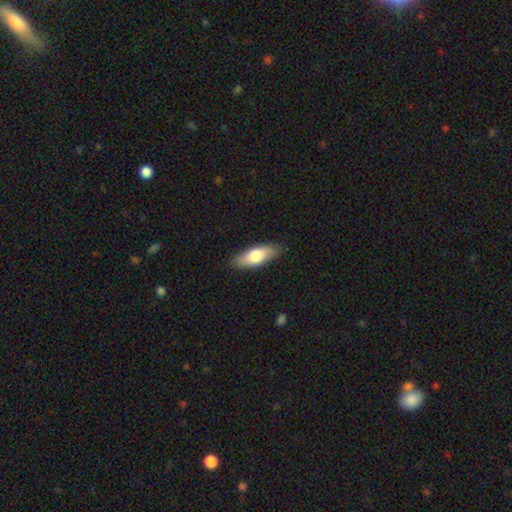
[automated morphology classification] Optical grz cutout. It shows a smooth galaxy with no disk features (71%) that is in between round and cigar-shaped (66%). Merging: none (87%).